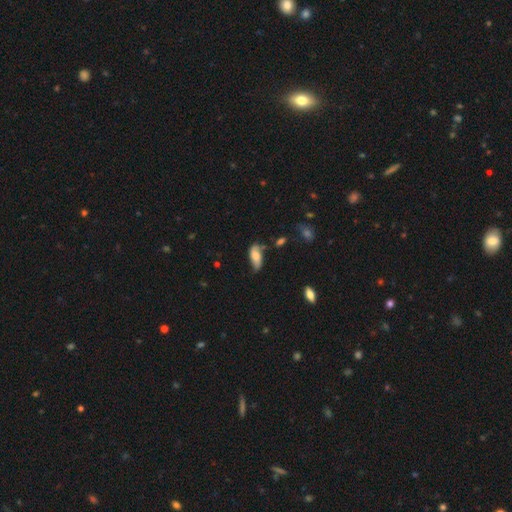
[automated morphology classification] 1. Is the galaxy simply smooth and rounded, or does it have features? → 61% smooth, 31% featured or disk, 8% star or artifact.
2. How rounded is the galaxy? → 85% in between, 12% cigar-shaped, 3% round.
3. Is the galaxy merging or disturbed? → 51% none, 33% minor disturbance, 10% major disturbance, 6% merger.